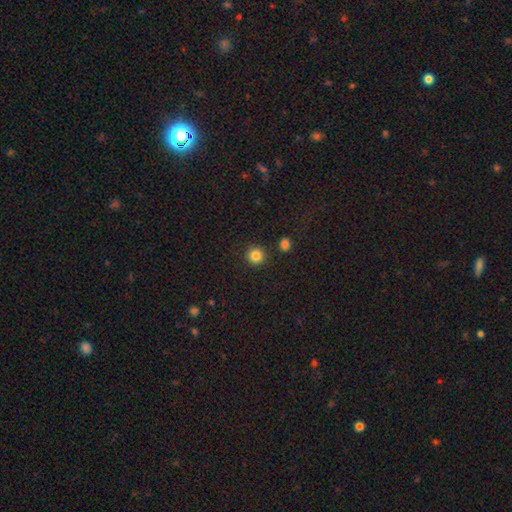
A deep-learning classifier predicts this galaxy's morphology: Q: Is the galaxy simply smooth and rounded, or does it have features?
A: smooth — 85%.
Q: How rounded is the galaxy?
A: round — 94%.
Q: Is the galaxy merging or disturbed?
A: none — 90%.